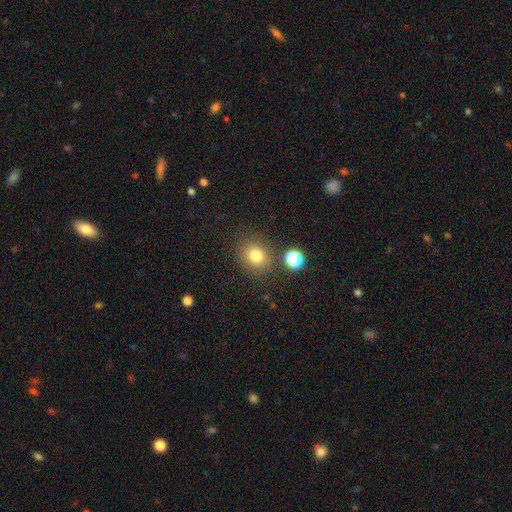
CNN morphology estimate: Overall: smooth (79%). How rounded: round (68%; in between 31%). Merging: none (81%).